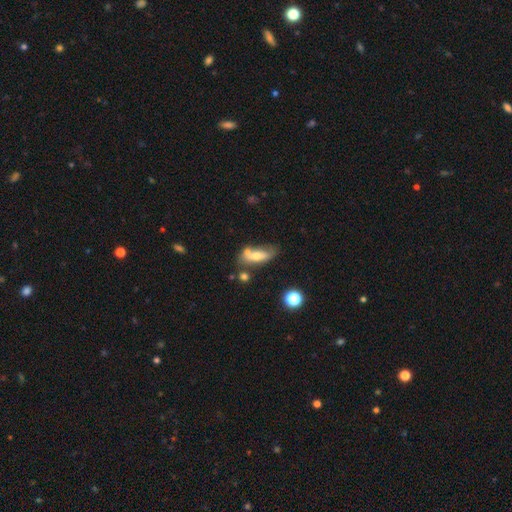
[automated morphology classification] A smooth galaxy with no disk features (57%) that is in between round and cigar-shaped (68%). Merging: none (40%).